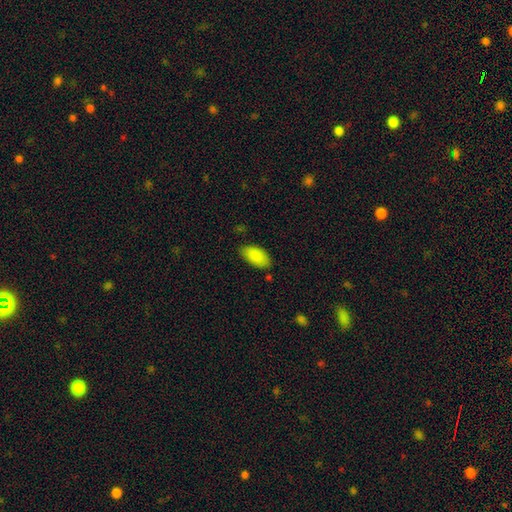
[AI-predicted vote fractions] Smooth or featured? smooth (89%)
How rounded? in between (94%)
Merging? none (80%)